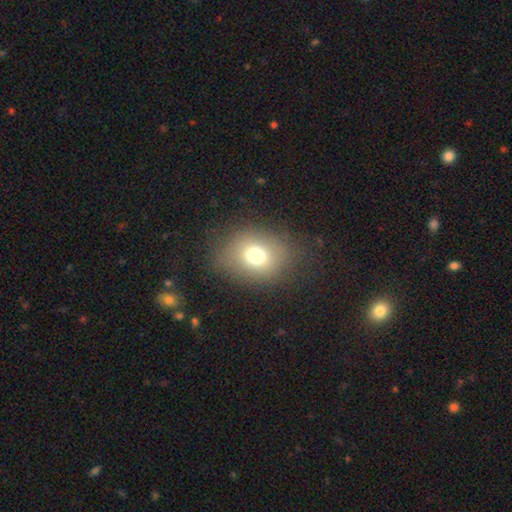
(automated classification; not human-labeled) Smooth or featured?
  - smooth: 72% *
  - star or artifact: 16%
  - featured or disk: 13%
How rounded?
  - round: 54% *
  - in between: 45%
  - cigar-shaped: 1%
Merging?
  - none: 79% *
  - minor disturbance: 12%
  - major disturbance: 7%
  - merger: 1%